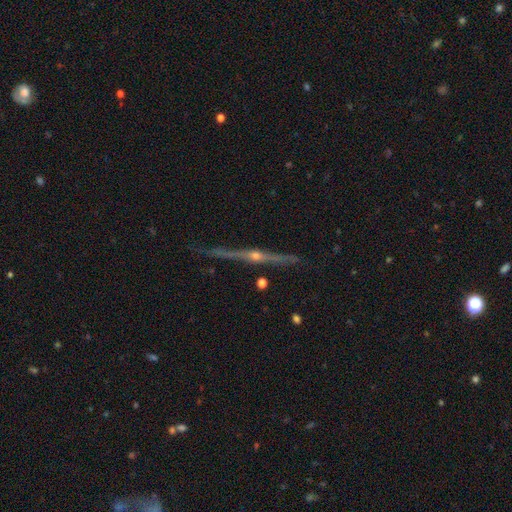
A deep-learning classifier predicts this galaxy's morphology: Smooth or featured: featured or disk — 87% (smooth — 7%)
Edge-on disk: yes — 98% (no — 2%)
Edge-on bulge: rounded — 94% (none — 4%)
Merging: none — 87% (minor disturbance — 9%)